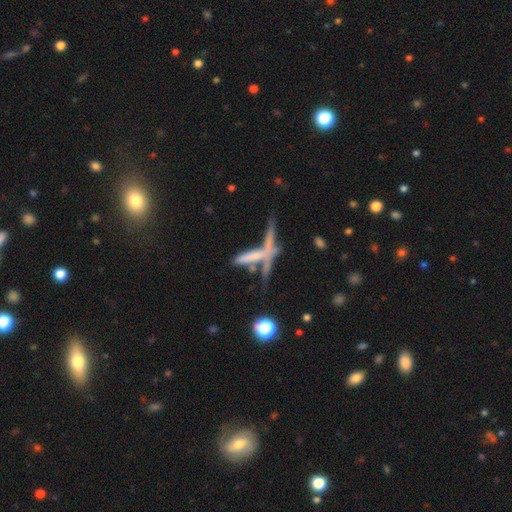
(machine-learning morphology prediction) type=smooth (43%); merging=merger (41%).